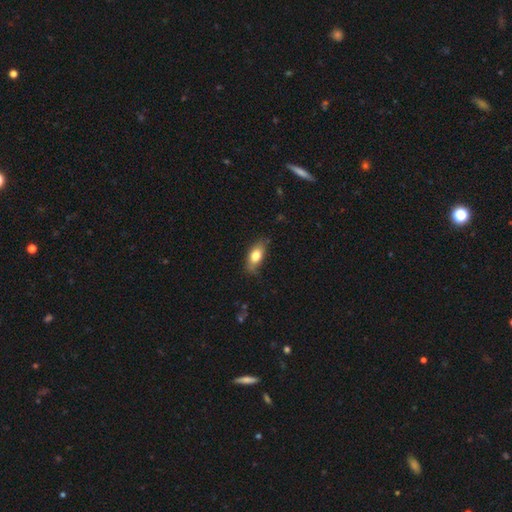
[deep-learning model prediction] Smooth or featured? smooth (74%)
How rounded? in between (82%)
Merging? none (75%)